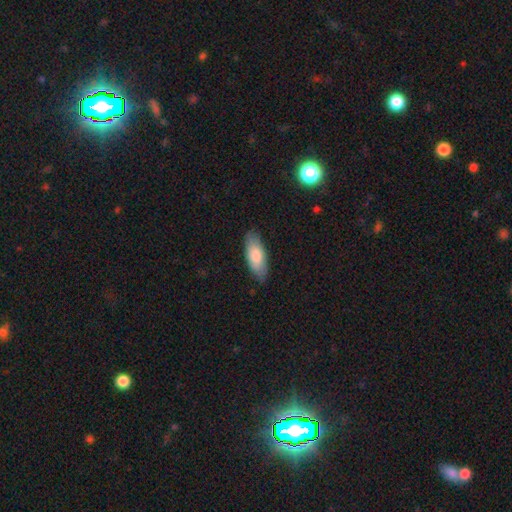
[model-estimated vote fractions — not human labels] A smooth galaxy with no disk features (78%) that is in between round and cigar-shaped (77%). Merging: none (85%).